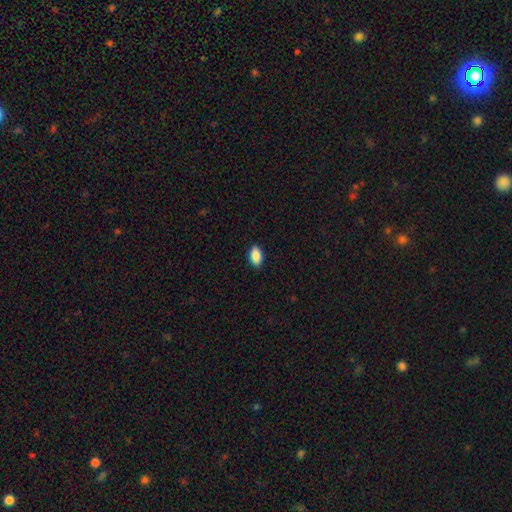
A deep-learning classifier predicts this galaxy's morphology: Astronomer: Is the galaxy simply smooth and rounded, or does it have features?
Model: smooth — 90%.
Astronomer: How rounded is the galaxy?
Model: in between — 93%.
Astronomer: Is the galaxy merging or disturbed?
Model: none — 89%.